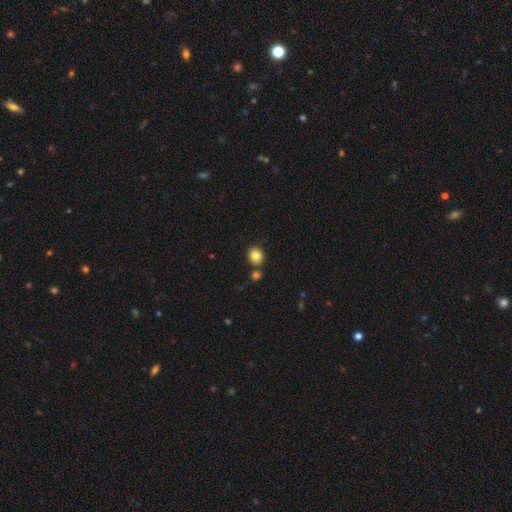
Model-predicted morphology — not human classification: This is clearly a smooth galaxy (83%). How rounded: clearly round (80%). Merging: likely none (76%).